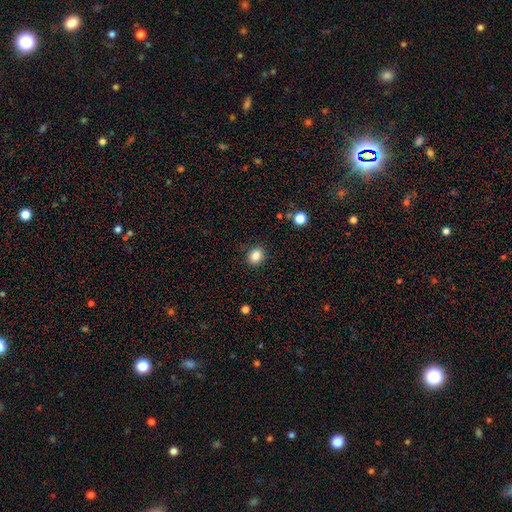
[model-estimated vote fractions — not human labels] Smooth or featured: smooth — 85% (star or artifact — 10%)
How rounded: round — 60% (in between — 39%)
Merging: none — 87% (minor disturbance — 9%)